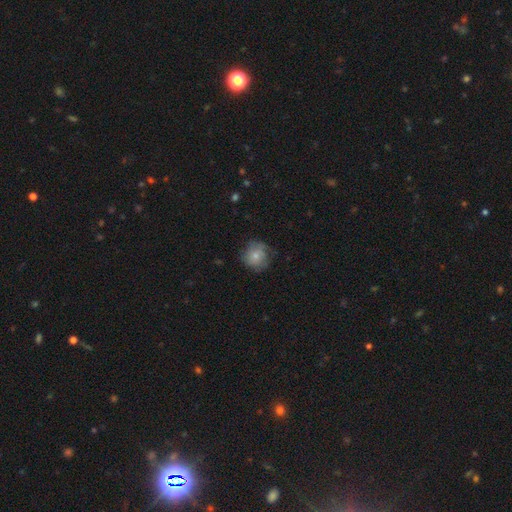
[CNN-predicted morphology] Q: Smooth or featured?
A: smooth (69%); runner-up: featured or disk (24%)
Q: How rounded?
A: round (87%); runner-up: in between (12%)
Q: Merging?
A: none (69%); runner-up: minor disturbance (23%)